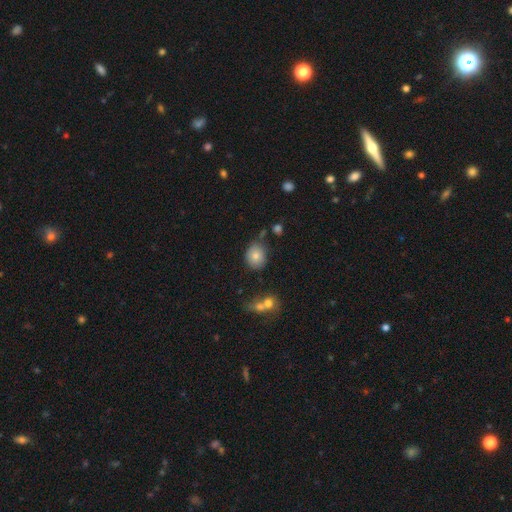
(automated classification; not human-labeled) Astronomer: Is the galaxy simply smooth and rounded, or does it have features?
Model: smooth — 79%.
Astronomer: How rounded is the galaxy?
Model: round — 67%.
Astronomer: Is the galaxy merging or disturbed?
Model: none — 71%.